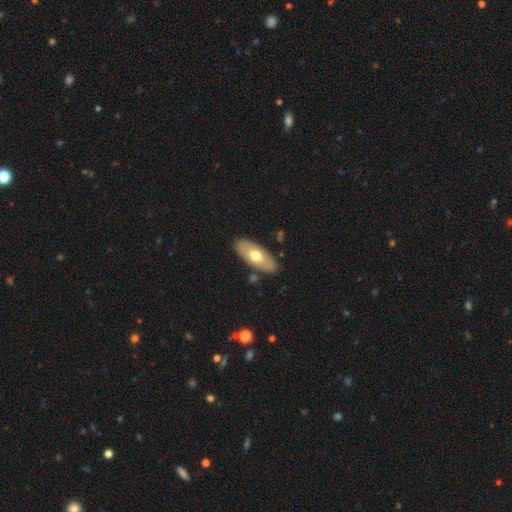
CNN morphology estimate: This is possibly a smooth galaxy (57%). How rounded: clearly in between (87%). Merging: clearly none (85%).